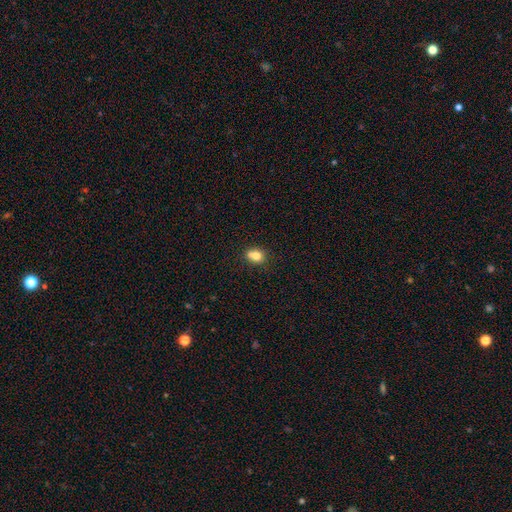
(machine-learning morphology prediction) Smooth or featured? smooth (78%)
How rounded? round (60%)
Merging? none (52%)